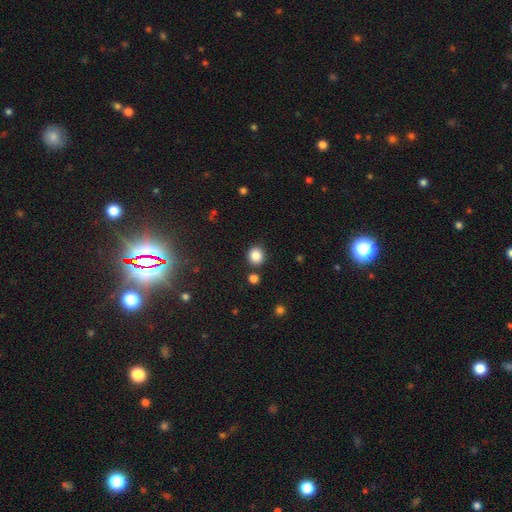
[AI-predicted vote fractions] A smooth galaxy with no disk features (85%) that is round (86%).

Vote fractions:
- Smooth or featured? smooth: 85% / star or artifact: 11% / featured or disk: 4%
- How rounded? round: 86% / in between: 13% / cigar-shaped: 1%
- Merging? none: 86% / minor disturbance: 7% / merger: 5% / major disturbance: 2%